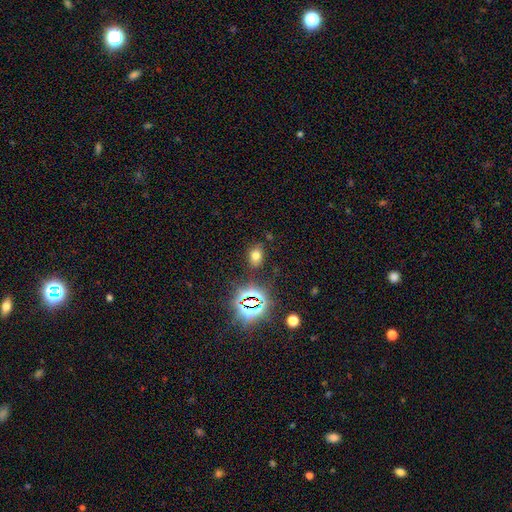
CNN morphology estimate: This appears to be a smooth galaxy with no disk features (64%) that is in between round and cigar-shaped (67%). Merging: none (81%).